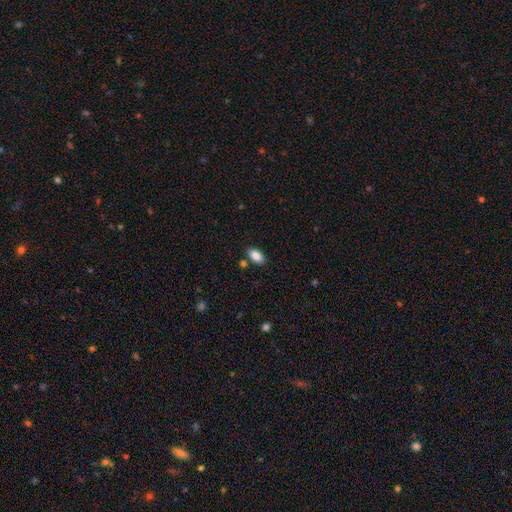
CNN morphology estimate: This is clearly a smooth galaxy (86%). How rounded: clearly in between (93%). Merging: clearly none (82%).